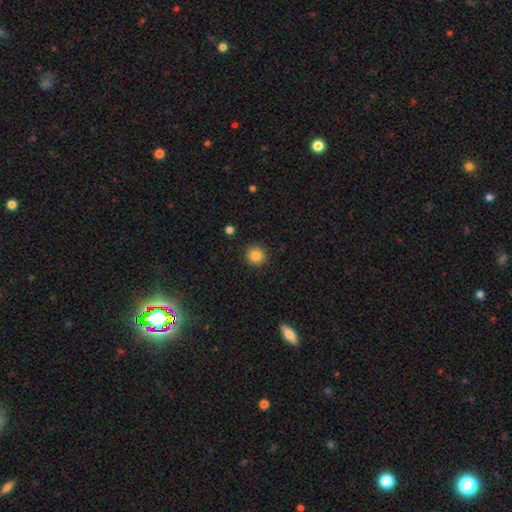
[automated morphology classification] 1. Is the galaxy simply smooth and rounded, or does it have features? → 85% smooth, 10% star or artifact, 5% featured or disk.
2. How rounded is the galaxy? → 92% round, 7% in between, 1% cigar-shaped.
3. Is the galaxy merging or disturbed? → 90% none, 6% minor disturbance, 2% major disturbance, 1% merger.